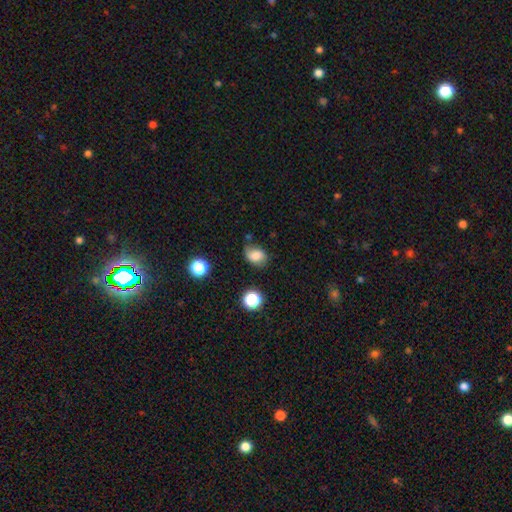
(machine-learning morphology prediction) Overall: smooth (73%). How rounded: in between (61%; round 38%). Merging: none (59%; minor disturbance 29%).